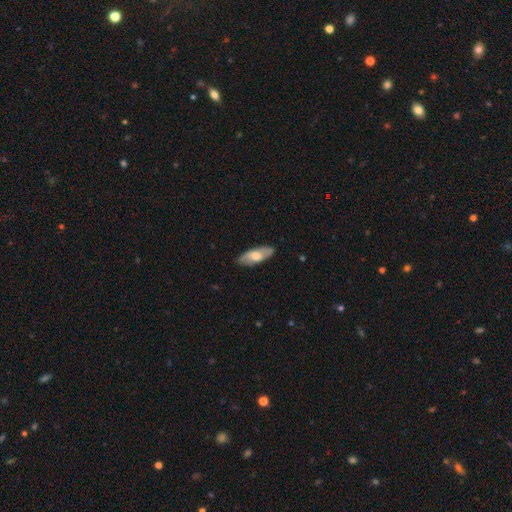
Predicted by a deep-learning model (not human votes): Smooth or featured: smooth — 52% (featured or disk — 42%)
How rounded: in between — 71% (cigar-shaped — 27%)
Merging: none — 84% (minor disturbance — 13%)